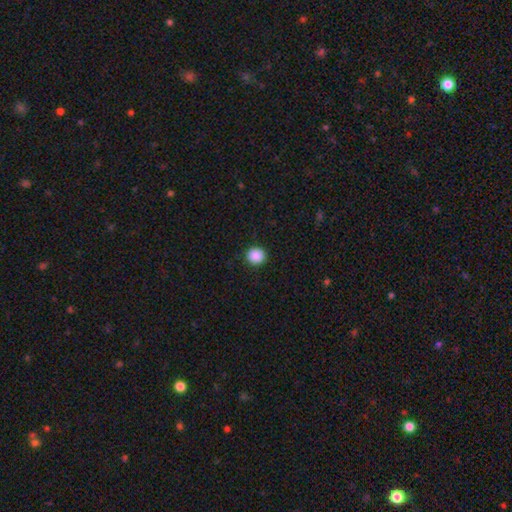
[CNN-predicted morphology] type=smooth (89%); roundness=round (91%); merging=none (92%).